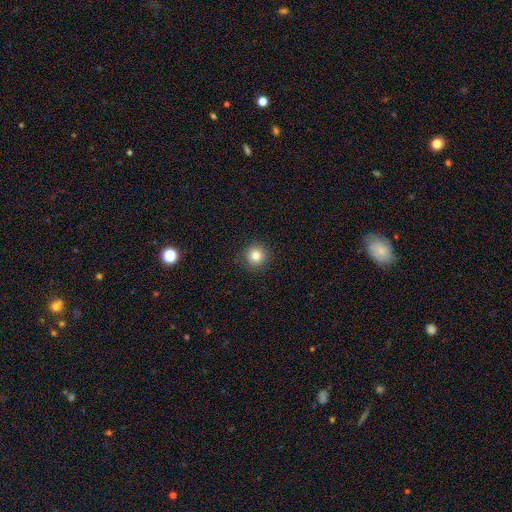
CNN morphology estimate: Overall: smooth (83%). How rounded: round (95%). Merging: none (91%).